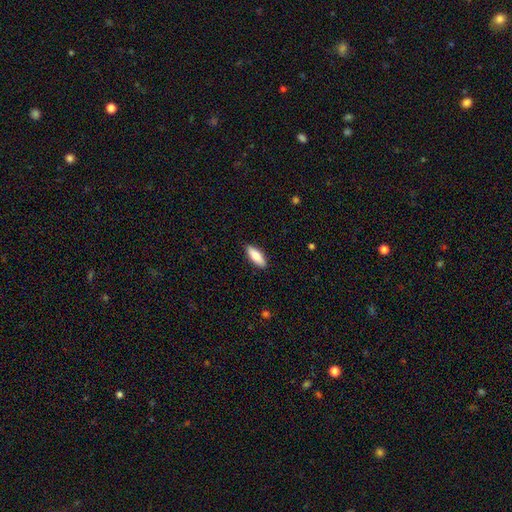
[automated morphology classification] smooth-or-featured: smooth: 78% | featured or disk: 16% | star or artifact: 6%
  how-rounded: in between: 66% | cigar-shaped: 32% | round: 2%
  merging: none: 89% | minor disturbance: 8% | major disturbance: 2% | merger: 1%